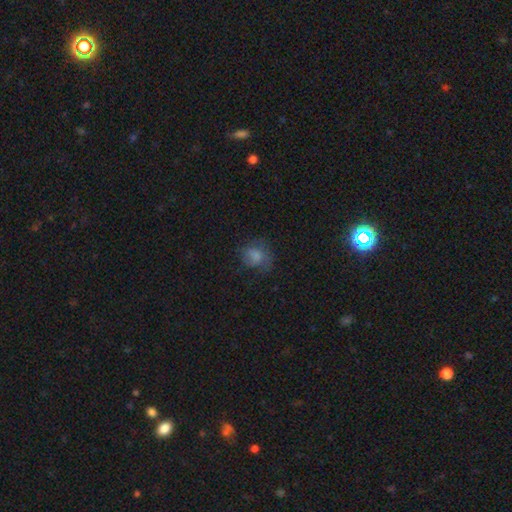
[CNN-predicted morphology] A smooth galaxy with no disk features (69%) that is round (65%). Merging: none (53%).